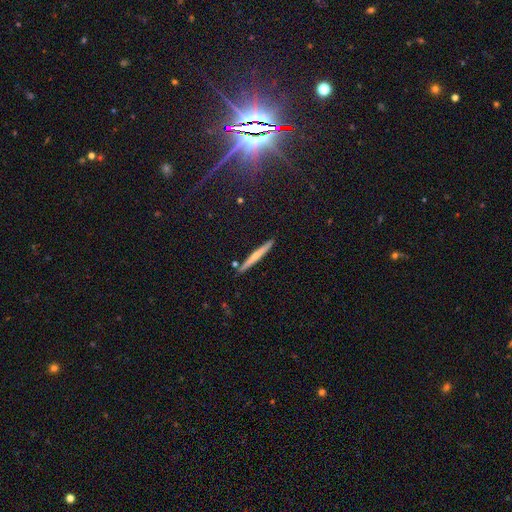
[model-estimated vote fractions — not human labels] smooth-or-featured: featured or disk: 50% | smooth: 42% | star or artifact: 8%
  disk-edge-on: yes: 97% | no: 3%
  merging: none: 88% | minor disturbance: 7% | merger: 3% | major disturbance: 1%